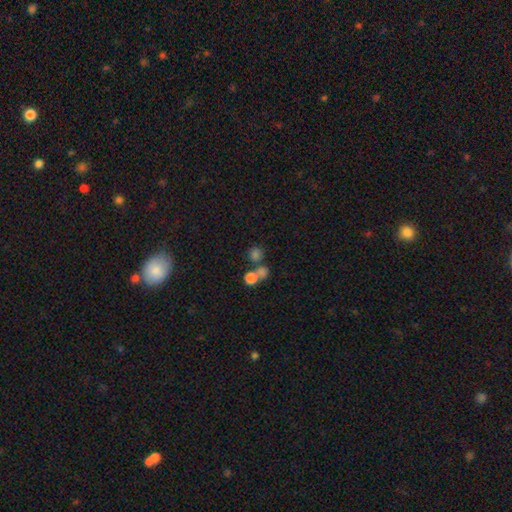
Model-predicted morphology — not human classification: The model was most divided on "merging": none: 56%, merger: 31%, minor disturbance: 8%, major disturbance: 5%. More confident: how rounded — round (84%); smooth or featured — smooth (63%).